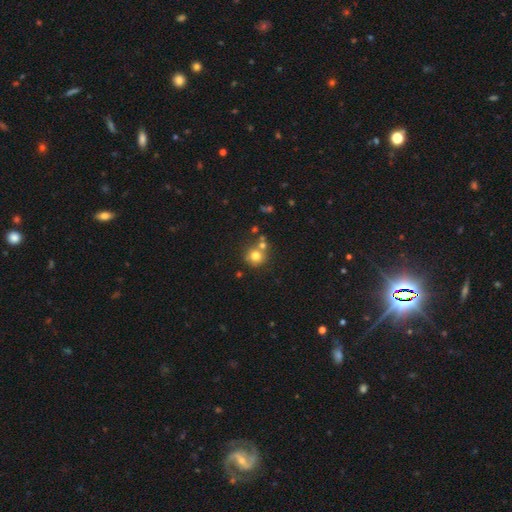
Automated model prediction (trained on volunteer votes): smooth-or-featured: smooth: 75% | star or artifact: 13% | featured or disk: 12%
  how-rounded: round: 89% | in between: 10% | cigar-shaped: 1%
  merging: none: 60% | merger: 26% | minor disturbance: 11% | major disturbance: 4%